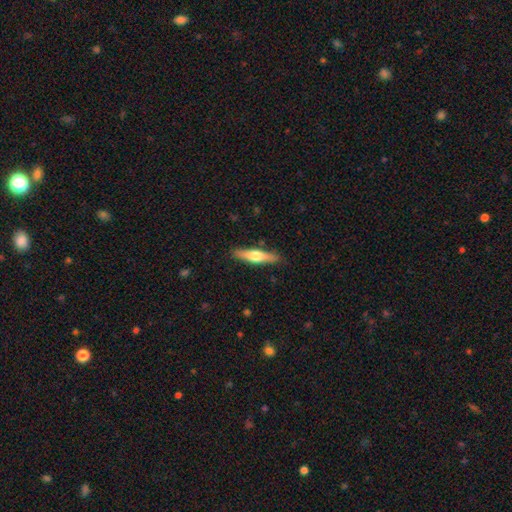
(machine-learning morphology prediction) smooth_or_featured: smooth (p=0.50) [alt: featured or disk p=0.44]
how_rounded: cigar-shaped (p=0.78) [alt: in between p=0.20]
merging: none (p=0.88) [alt: minor disturbance p=0.09]